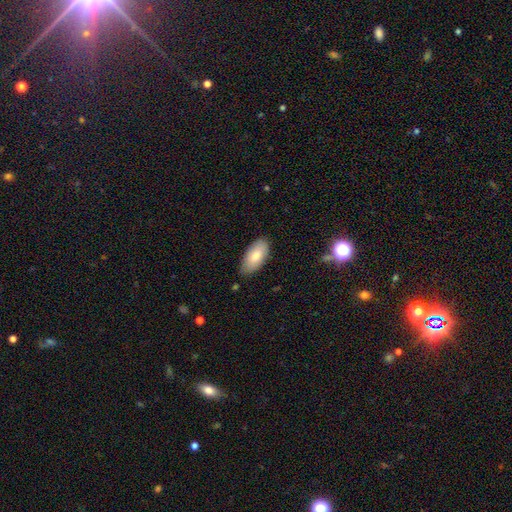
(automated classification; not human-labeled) This appears to be a smooth galaxy with no disk features (80%) that is in between round and cigar-shaped (93%). Merging: none (79%).